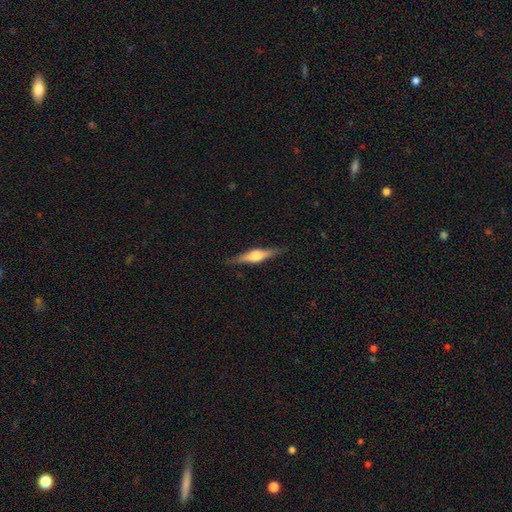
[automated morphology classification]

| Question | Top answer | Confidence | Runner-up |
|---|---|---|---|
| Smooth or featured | featured or disk | 63% | smooth (31%) |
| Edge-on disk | yes | 97% | no (3%) |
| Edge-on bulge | rounded | 86% | boxy (11%) |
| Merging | none | 87% | minor disturbance (10%) |